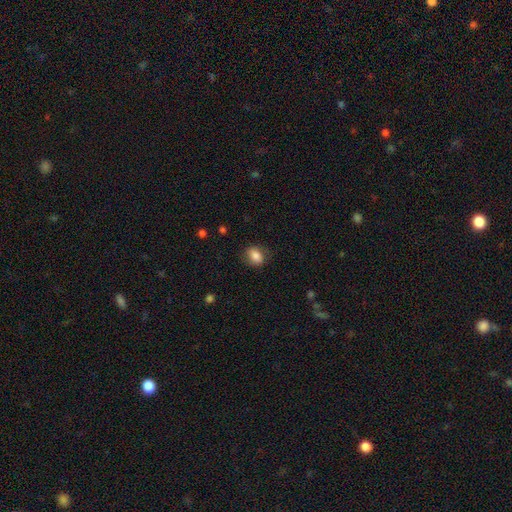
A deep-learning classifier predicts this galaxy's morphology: Smooth or featured?
  - smooth: 84% *
  - star or artifact: 8%
  - featured or disk: 7%
How rounded?
  - in between: 63% *
  - round: 36%
  - cigar-shaped: 1%
Merging?
  - none: 81% *
  - minor disturbance: 14%
  - major disturbance: 4%
  - merger: 1%